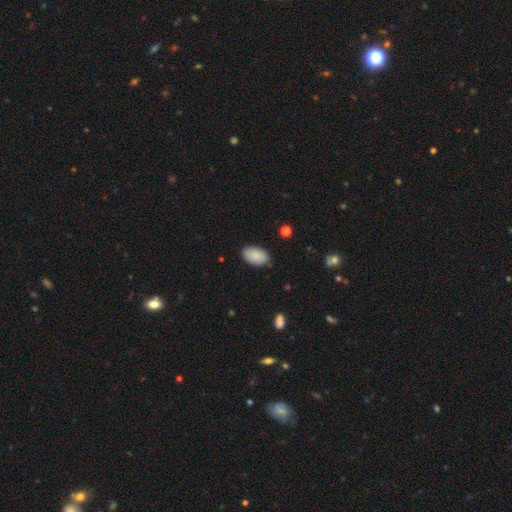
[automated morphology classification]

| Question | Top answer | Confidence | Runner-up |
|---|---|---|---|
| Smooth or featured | smooth | 85% | featured or disk (8%) |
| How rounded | in between | 94% | round (5%) |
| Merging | none | 82% | minor disturbance (14%) |